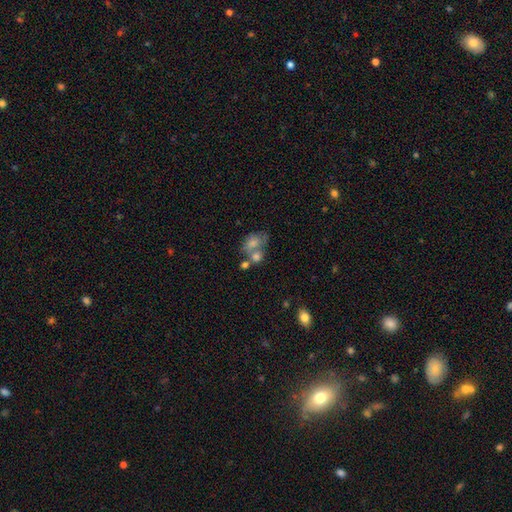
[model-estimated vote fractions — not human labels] Smooth or featured? Predicted: smooth (p=0.57). How rounded? Predicted: in between (p=0.63). Merging? Predicted: merger (p=0.45).